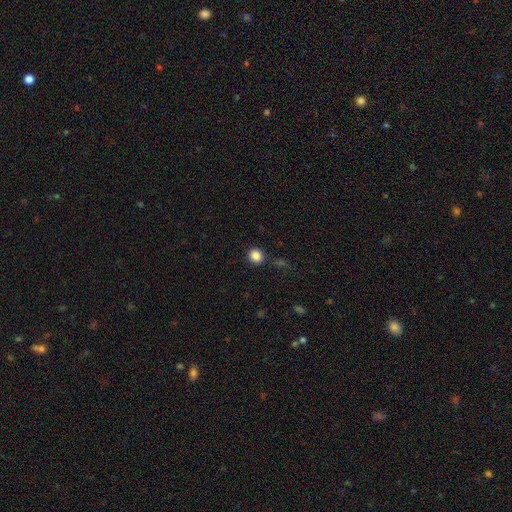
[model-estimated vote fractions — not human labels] smooth_or_featured: smooth (p=0.86) [alt: star or artifact p=0.10]
how_rounded: round (p=0.88) [alt: in between p=0.11]
merging: none (p=0.86) [alt: minor disturbance p=0.08]